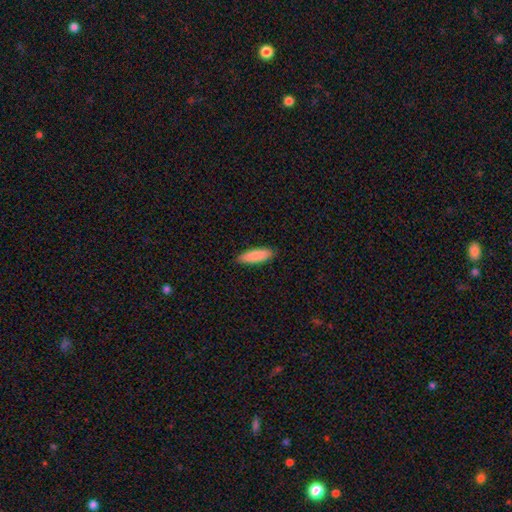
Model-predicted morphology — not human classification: type=smooth (88%); roundness=cigar-shaped (52%); merging=none (89%).